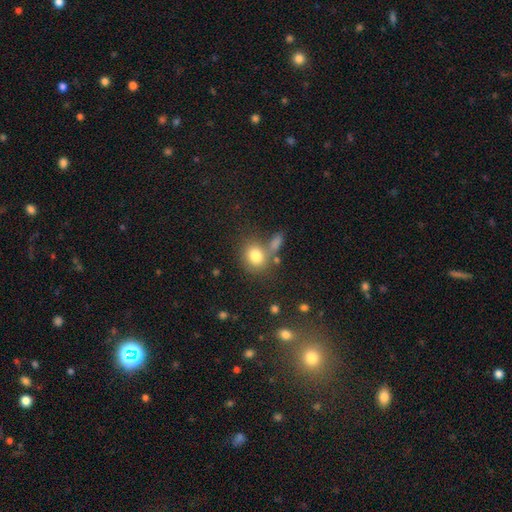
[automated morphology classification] This appears to be a smooth galaxy with no disk features (80%) that is round (64%). Merging: none (59%).